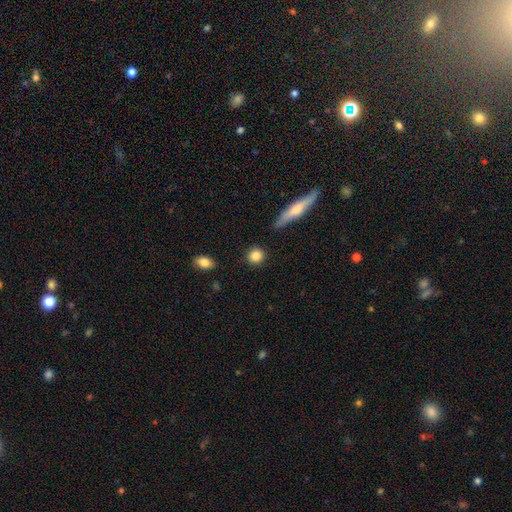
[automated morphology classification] This is clearly a smooth galaxy (86%). How rounded: clearly round (89%). Merging: clearly none (87%).